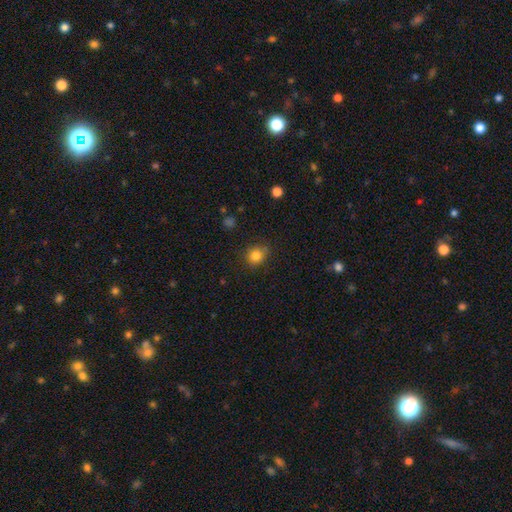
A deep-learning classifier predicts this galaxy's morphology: Q: Smooth or featured?
A: smooth (83%); runner-up: star or artifact (12%)
Q: How rounded?
A: round (81%); runner-up: in between (18%)
Q: Merging?
A: none (80%); runner-up: minor disturbance (15%)